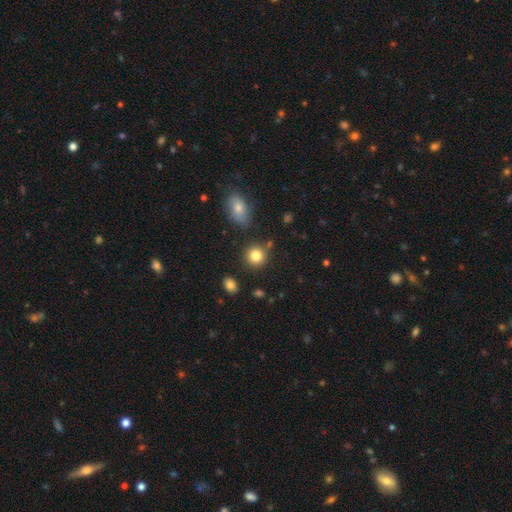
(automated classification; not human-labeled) A smooth galaxy with no disk features (84%) that is round (88%). Merging: none (83%).